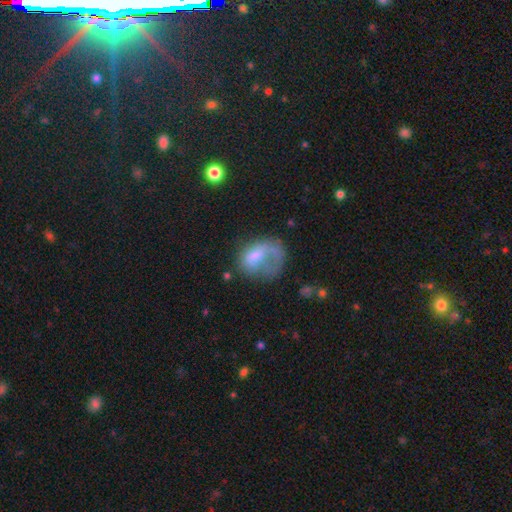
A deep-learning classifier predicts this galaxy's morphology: This is possibly a smooth galaxy (54%). How rounded: likely in between (65%). Merging: possibly major disturbance (47%).